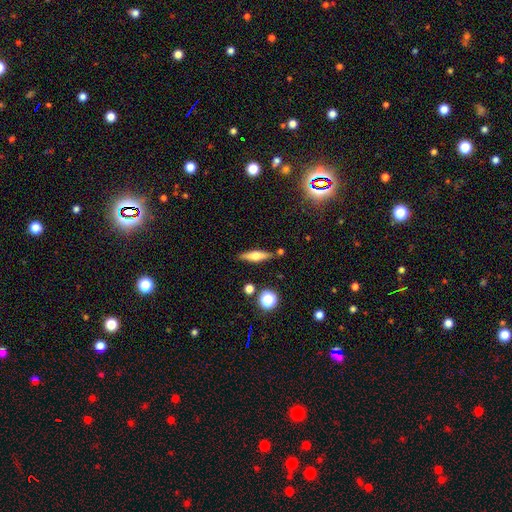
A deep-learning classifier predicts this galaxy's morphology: smooth_or_featured: featured or disk (p=0.46) [alt: smooth p=0.45]
merging: none (p=0.83) [alt: minor disturbance p=0.10]